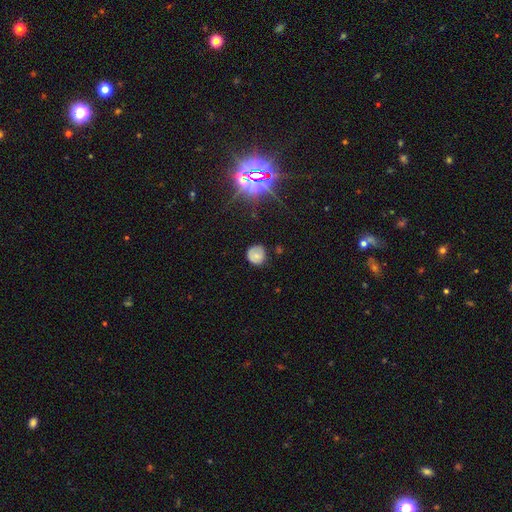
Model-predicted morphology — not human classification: Smooth or featured? smooth (68%)
How rounded? round (89%)
Merging? none (75%)